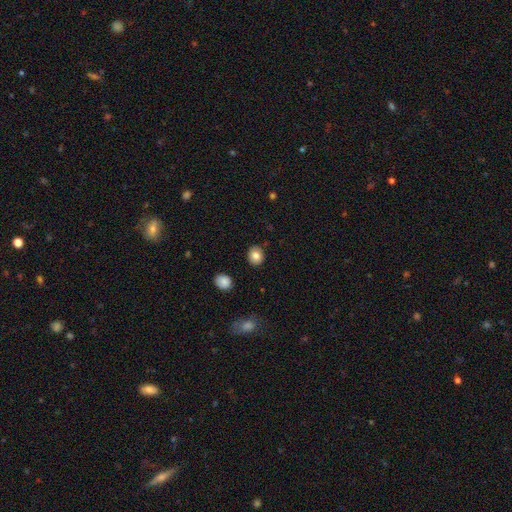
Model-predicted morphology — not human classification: Smooth or featured? smooth (83%)
How rounded? round (66%)
Merging? none (88%)